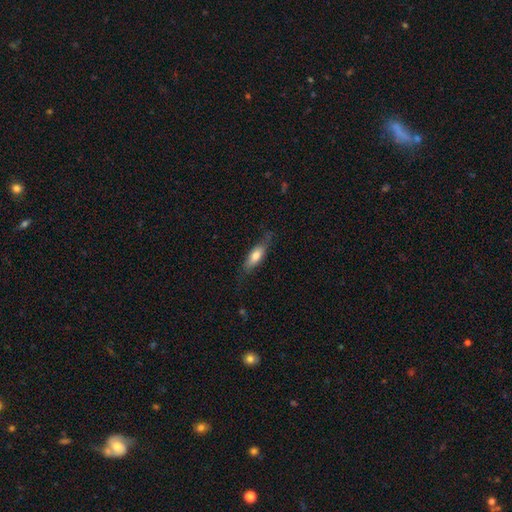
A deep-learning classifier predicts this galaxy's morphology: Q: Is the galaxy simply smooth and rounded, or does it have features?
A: smooth — 67%.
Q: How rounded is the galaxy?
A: in between — 54%.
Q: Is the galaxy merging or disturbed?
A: none — 68%.